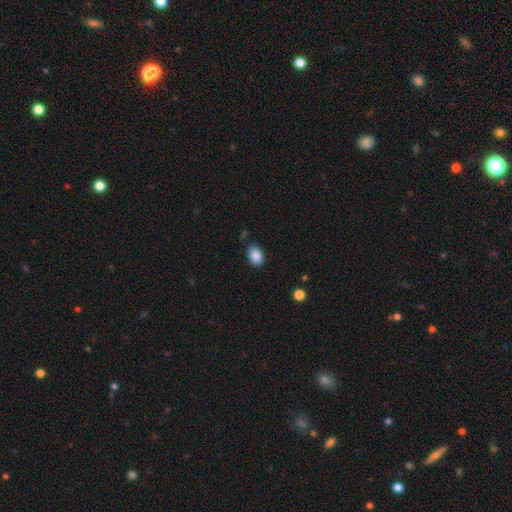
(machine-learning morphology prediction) Smooth or featured: smooth — 88% (star or artifact — 8%)
How rounded: in between — 85% (round — 14%)
Merging: none — 82% (minor disturbance — 13%)